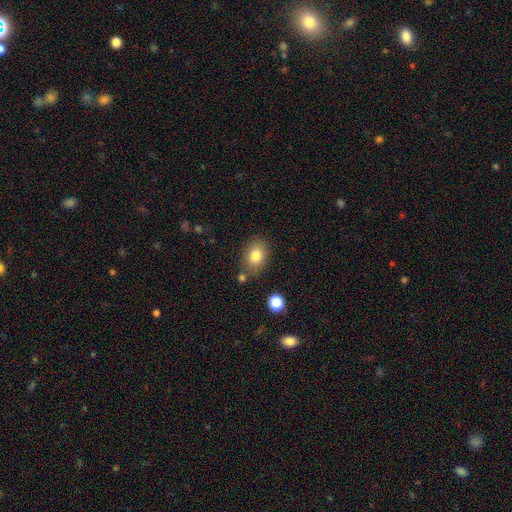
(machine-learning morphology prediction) The model was most divided on "how rounded": in between: 73%, round: 25%, cigar-shaped: 1%. More confident: smooth or featured — smooth (81%); merging — none (75%).